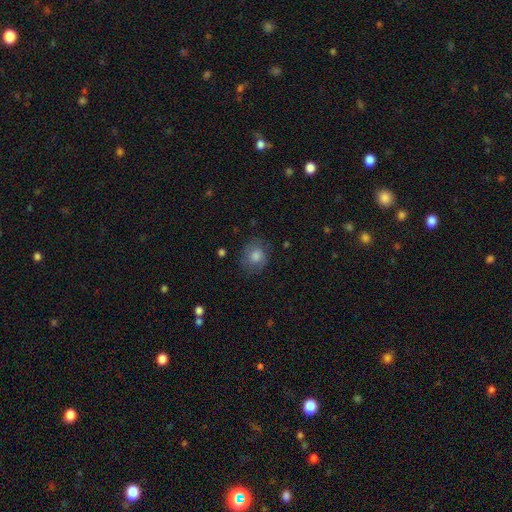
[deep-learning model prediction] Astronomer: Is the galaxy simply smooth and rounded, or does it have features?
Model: smooth — 75%.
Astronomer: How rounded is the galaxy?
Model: round — 73%.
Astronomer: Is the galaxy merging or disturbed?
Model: none — 77%.